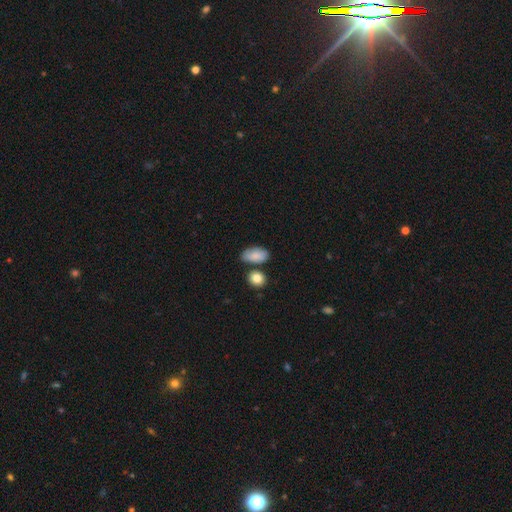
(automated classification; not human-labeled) Smooth or featured? smooth (81%)
How rounded? in between (91%)
Merging? none (63%)